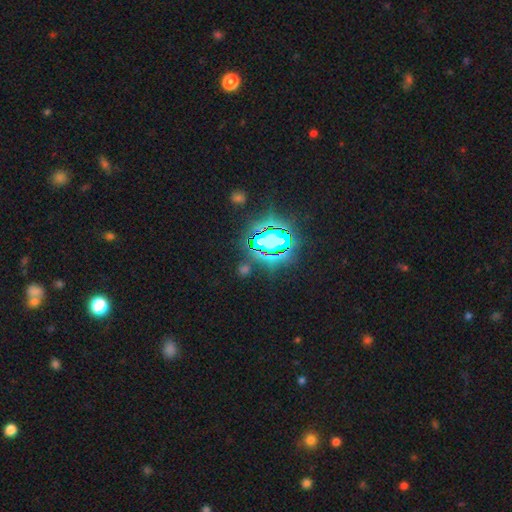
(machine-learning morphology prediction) Q: Smooth or featured?
A: star or artifact (82%); runner-up: smooth (11%)